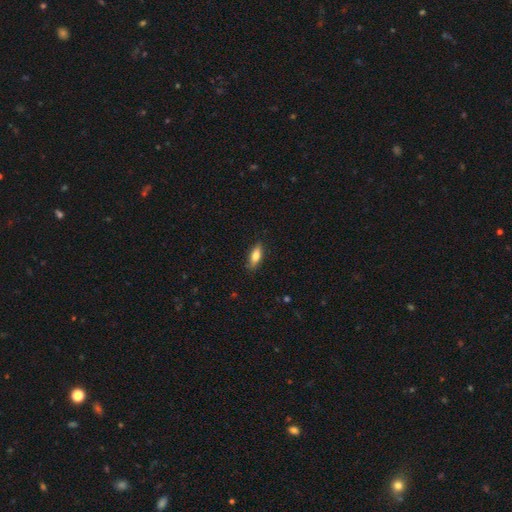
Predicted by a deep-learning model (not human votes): Smooth or featured? Predicted: smooth (p=0.79). How rounded? Predicted: in between (p=0.67). Merging? Predicted: none (p=0.84).